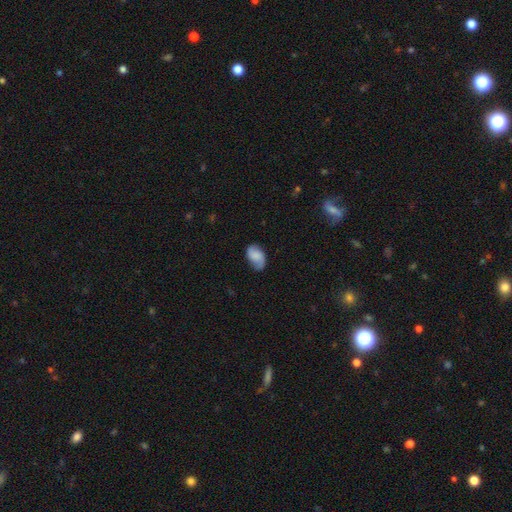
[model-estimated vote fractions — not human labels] smooth 61%, featured or disk 31%, star or artifact 8%. Down the decision tree: how rounded — in between (88%); merging — none (66%).